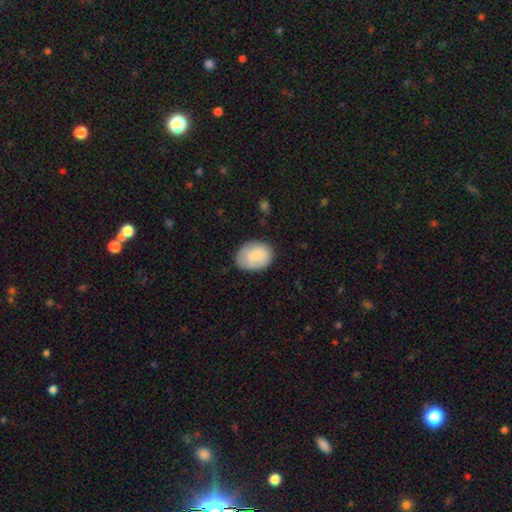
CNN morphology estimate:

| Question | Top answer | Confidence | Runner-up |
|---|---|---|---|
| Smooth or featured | smooth | 80% | featured or disk (14%) |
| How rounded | in between | 67% | round (32%) |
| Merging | none | 73% | minor disturbance (21%) |